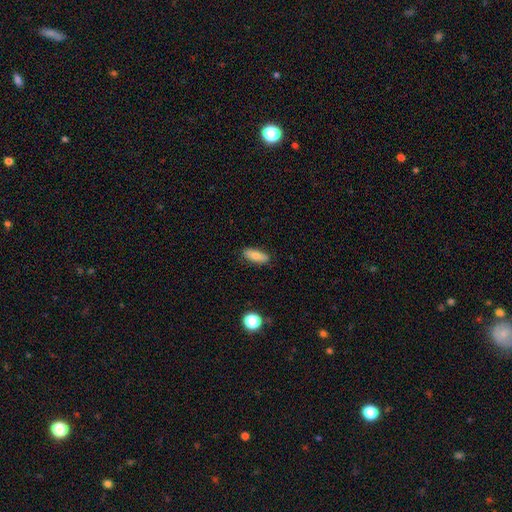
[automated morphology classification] smooth-or-featured: smooth: 77% | featured or disk: 16% | star or artifact: 8%
  how-rounded: in between: 73% | cigar-shaped: 24% | round: 3%
  merging: none: 85% | minor disturbance: 11% | major disturbance: 2% | merger: 1%